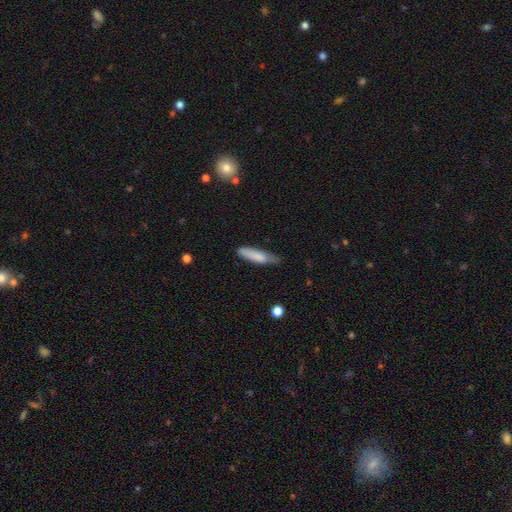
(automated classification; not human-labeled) The model was most divided on "merging": none: 60%, minor disturbance: 32%, major disturbance: 6%, merger: 2%. More confident: smooth or featured — smooth (81%); how rounded — cigar-shaped (76%).